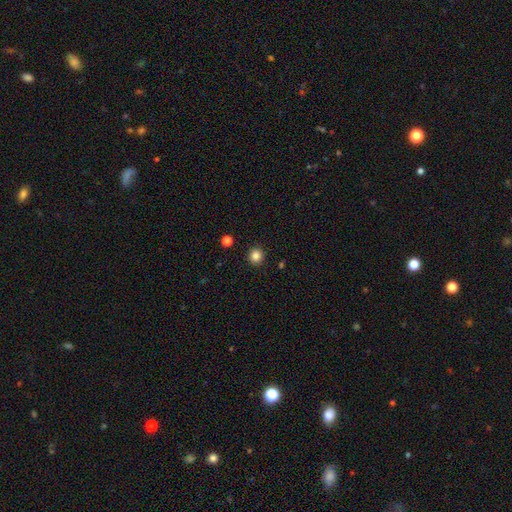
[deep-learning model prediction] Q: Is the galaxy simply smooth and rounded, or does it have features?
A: smooth — 84%.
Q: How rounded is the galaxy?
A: round — 94%.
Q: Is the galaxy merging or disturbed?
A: none — 92%.